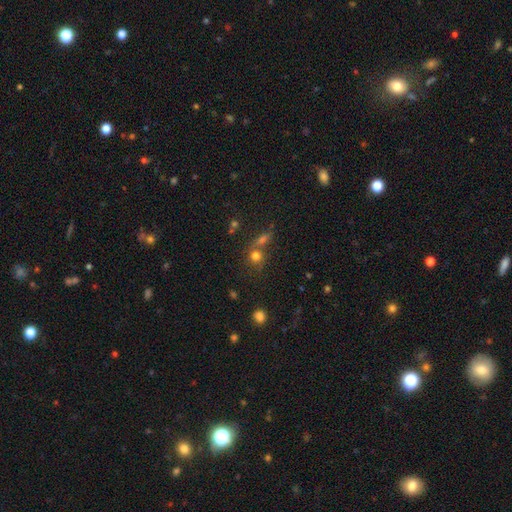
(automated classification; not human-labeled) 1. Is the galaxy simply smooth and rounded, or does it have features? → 74% smooth, 17% star or artifact, 10% featured or disk.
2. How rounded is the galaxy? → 82% round, 17% in between, 2% cigar-shaped.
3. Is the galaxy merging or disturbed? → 50% none, 36% merger, 9% minor disturbance, 5% major disturbance.